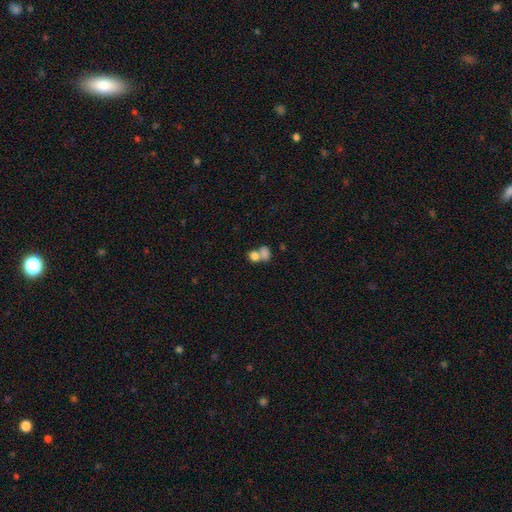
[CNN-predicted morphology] Smooth or featured? Predicted: smooth (p=0.78). How rounded? Predicted: in between (p=0.57). Merging? Predicted: merger (p=0.64).